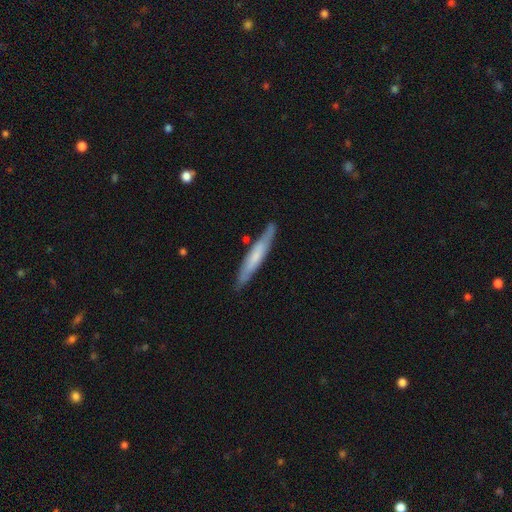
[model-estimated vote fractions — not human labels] Overall: smooth (51%; featured or disk 43%). How rounded: cigar-shaped (93%). Merging: none (83%).